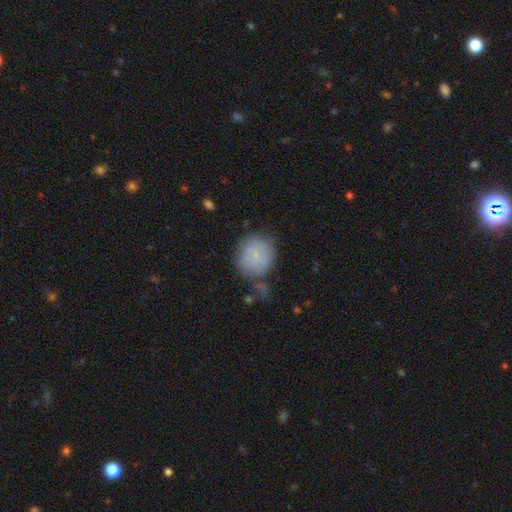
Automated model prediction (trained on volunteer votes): Smooth or featured? smooth (69%)
How rounded? round (83%)
Merging? none (57%)